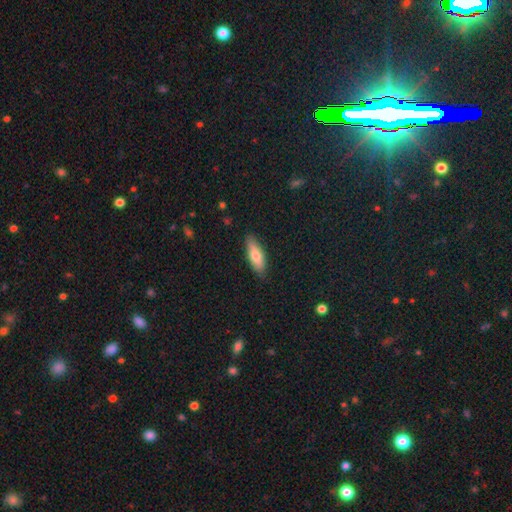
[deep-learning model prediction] This is likely a smooth galaxy (72%). How rounded: possibly in between (58%). Merging: clearly none (84%).